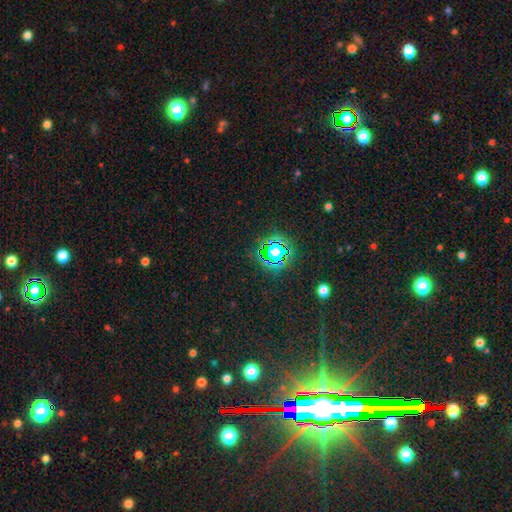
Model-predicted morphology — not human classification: A star or artifact, not a galaxy (82%).